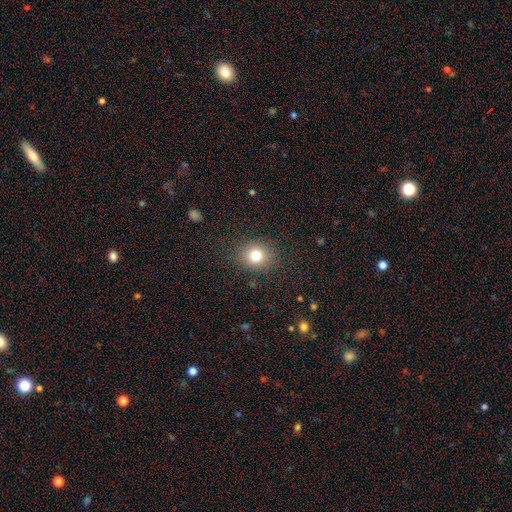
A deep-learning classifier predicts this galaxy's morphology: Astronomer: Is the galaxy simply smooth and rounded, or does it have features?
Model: smooth — 78%.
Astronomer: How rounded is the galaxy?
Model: round — 75%.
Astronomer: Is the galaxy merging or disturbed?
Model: none — 86%.